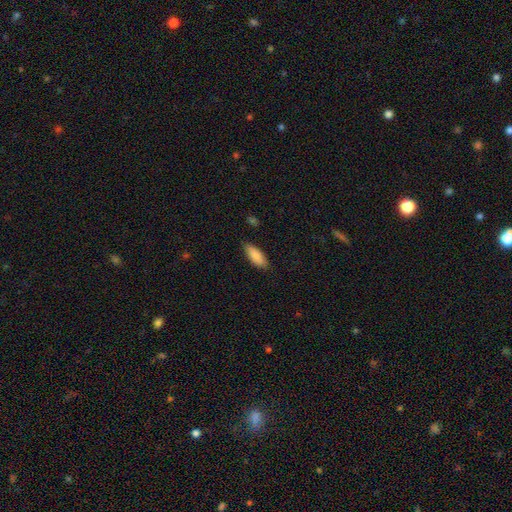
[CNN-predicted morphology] The model was most divided on "how rounded": in between: 77%, cigar-shaped: 21%, round: 2%. More confident: smooth or featured — smooth (87%); merging — none (82%).